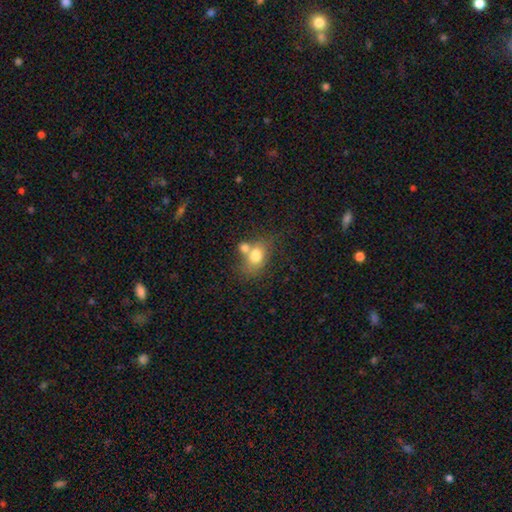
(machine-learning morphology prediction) Q: Smooth or featured?
A: smooth (74%); runner-up: featured or disk (16%)
Q: How rounded?
A: in between (68%); runner-up: round (30%)
Q: Merging?
A: merger (42%); runner-up: none (39%)